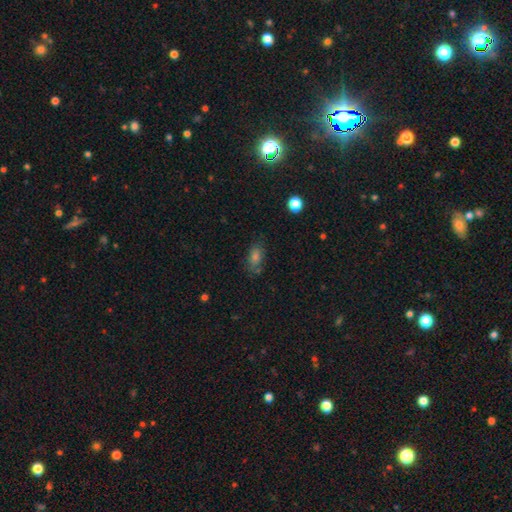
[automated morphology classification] This appears to be a smooth galaxy with no disk features (60%) that is in between round and cigar-shaped (80%). Merging: none (74%).